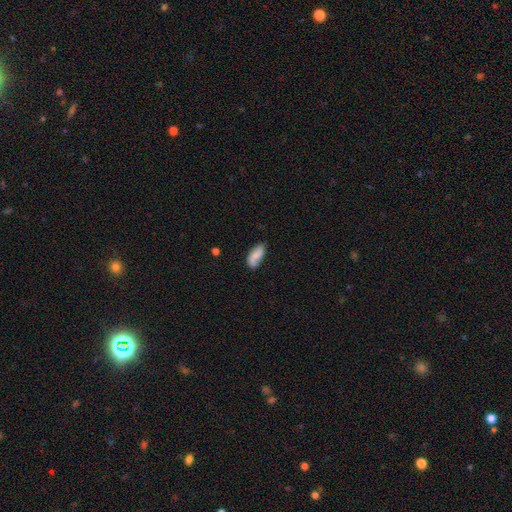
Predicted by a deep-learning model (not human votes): Morphology: type=smooth (68%); roundness=in between (86%); merging=none (67%).